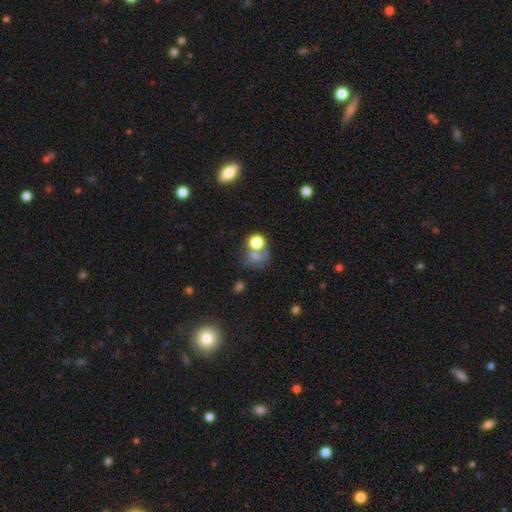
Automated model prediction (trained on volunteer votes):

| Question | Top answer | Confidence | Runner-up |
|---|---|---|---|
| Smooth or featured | smooth | 57% | star or artifact (23%) |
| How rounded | round | 67% | in between (32%) |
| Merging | none | 42% | merger (31%) |